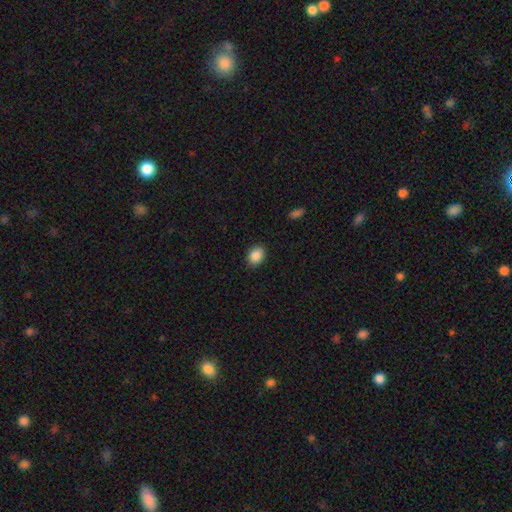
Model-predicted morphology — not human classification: smooth 89%, star or artifact 8%, featured or disk 3%. Down the decision tree: how rounded — in between (64%); merging — none (89%).